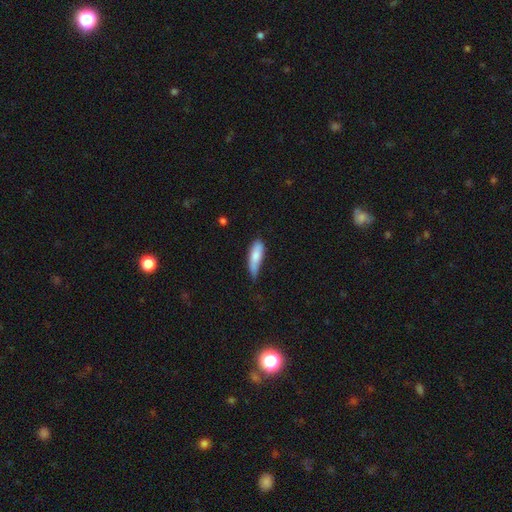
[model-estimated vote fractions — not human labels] smooth-or-featured: smooth: 80% | featured or disk: 14% | star or artifact: 6%
  how-rounded: in between: 54% | cigar-shaped: 44% | round: 2%
  merging: minor disturbance: 48% | none: 37% | major disturbance: 12% | merger: 3%